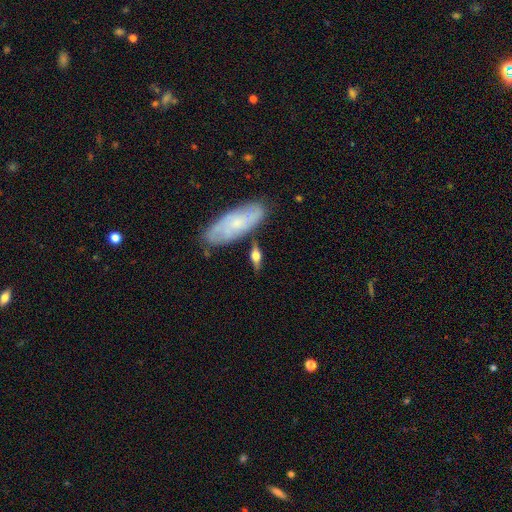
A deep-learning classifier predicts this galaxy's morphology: type=featured or disk (47%); merging=none (68%).